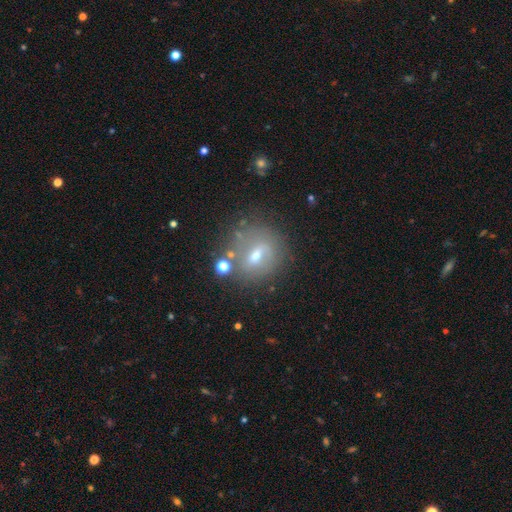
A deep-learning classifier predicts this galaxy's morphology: Smooth or featured: featured or disk — 47% (smooth — 39%)
Merging: none — 68% (minor disturbance — 17%)